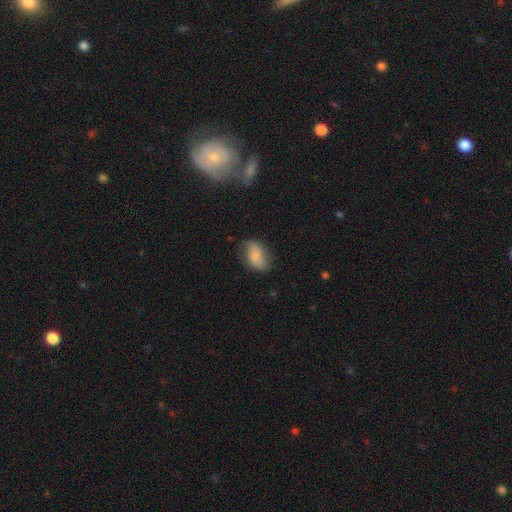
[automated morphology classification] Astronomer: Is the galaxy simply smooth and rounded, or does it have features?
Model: smooth — 64%.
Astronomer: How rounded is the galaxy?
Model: in between — 90%.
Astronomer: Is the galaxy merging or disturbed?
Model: none — 65%.